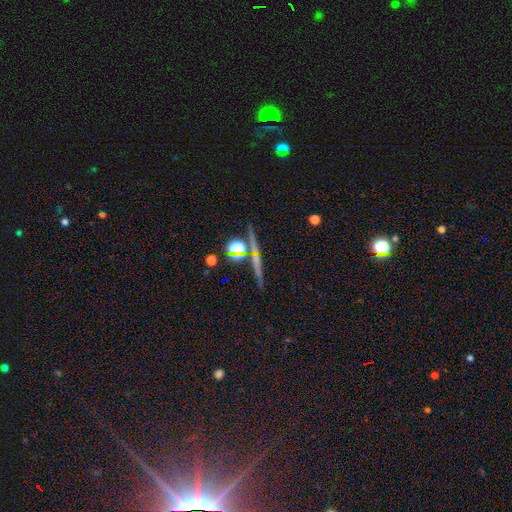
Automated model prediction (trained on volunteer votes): Smooth or featured: featured or disk — 53% (star or artifact — 26%)
Edge-on disk: yes — 93% (no — 7%)
Merging: none — 84% (minor disturbance — 7%)